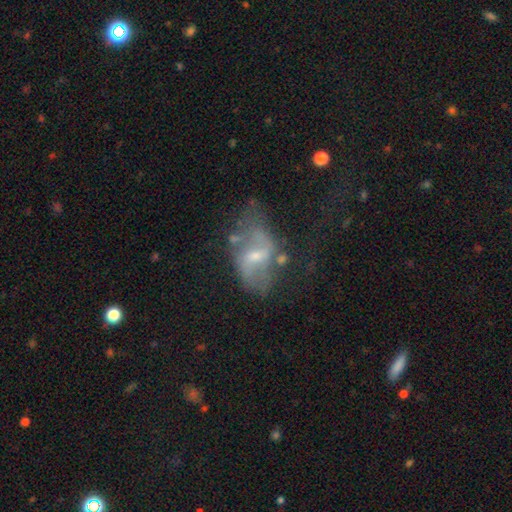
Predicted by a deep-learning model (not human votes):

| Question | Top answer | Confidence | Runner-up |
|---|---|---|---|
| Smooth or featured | featured or disk | 71% | smooth (19%) |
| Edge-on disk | no | 95% | yes (5%) |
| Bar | weak | 52% | no (25%) |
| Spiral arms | yes | 74% | no (26%) |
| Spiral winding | loose | 60% | medium (30%) |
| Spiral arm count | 2 | 78% | can't tell (13%) |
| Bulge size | small | 54% | moderate (37%) |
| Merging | none | 42% | major disturbance (26%) |